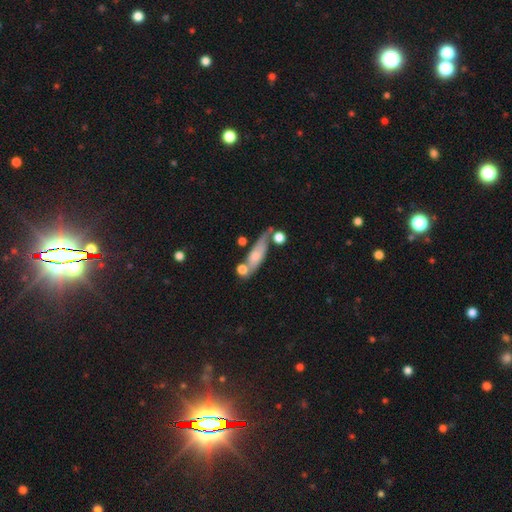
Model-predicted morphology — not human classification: Smooth or featured? smooth (58%)
How rounded? cigar-shaped (55%)
Merging? none (46%)